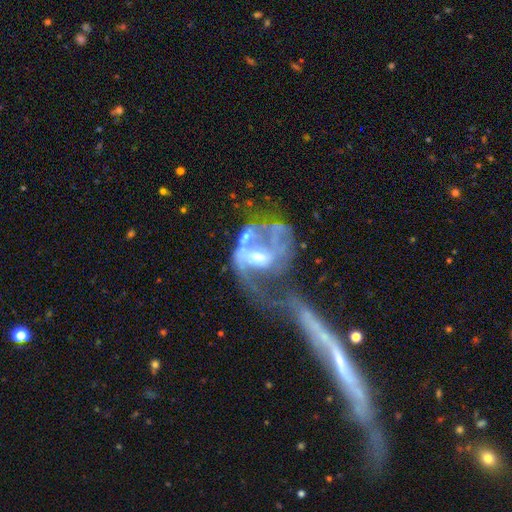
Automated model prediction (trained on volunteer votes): smooth-or-featured: featured or disk: 78% | smooth: 13% | star or artifact: 9%
  disk-edge-on: no: 97% | yes: 3%
    bar: no: 45% | weak: 38% | strong: 17%
    has-spiral-arms: yes: 71% | no: 29%
      spiral-winding: loose: 45% | medium: 35% | tight: 19%
      spiral-arm-count: 2: 36% | 1: 28% | can't tell: 26% | 3: 5% | 4: 2% | more than 4: 2%
    bulge-size: moderate: 51% | small: 33% | none: 8% | large: 6% | dominant: 2%
  merging: merger: 43% | major disturbance: 39% | none: 10% | minor disturbance: 7%